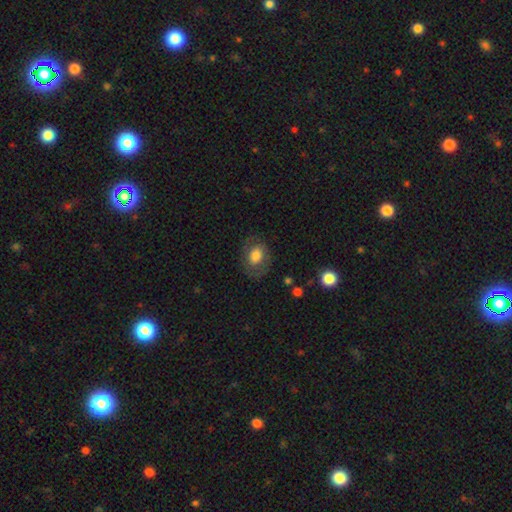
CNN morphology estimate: The model was most divided on "how rounded": in between: 64%, round: 35%, cigar-shaped: 1%. More confident: merging — none (74%); smooth or featured — smooth (68%).